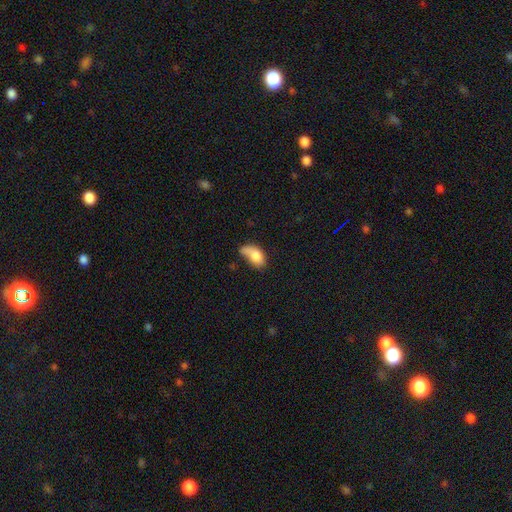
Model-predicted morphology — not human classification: This is likely a smooth galaxy (75%). How rounded: clearly in between (87%). Merging: marginally minor disturbance (28%).